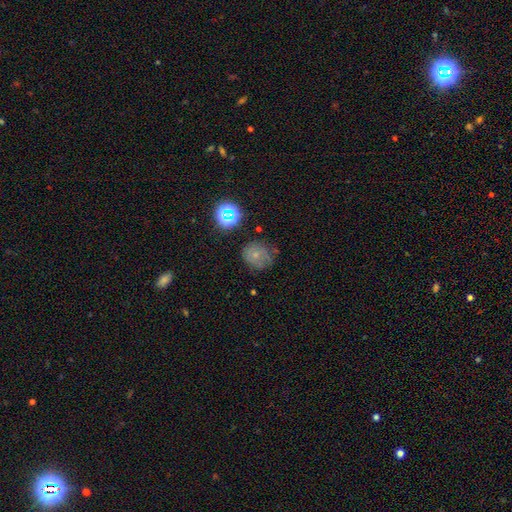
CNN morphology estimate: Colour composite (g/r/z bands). It shows a smooth galaxy with no disk features (55%) that is round (80%). Merging: none (67%).